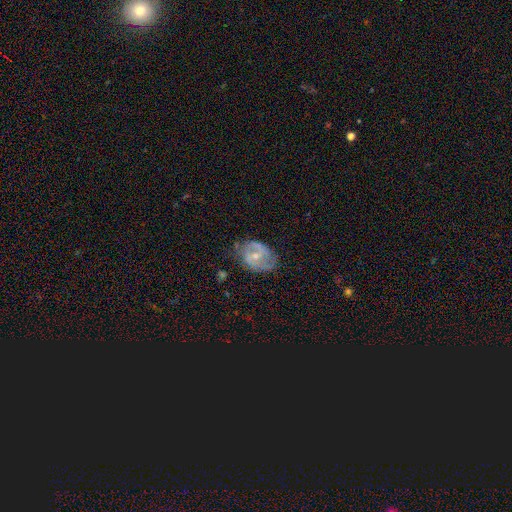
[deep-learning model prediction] This is likely a featured or disk galaxy (73%). It is clearly not viewed edge-on (97%). Bar: possibly weak (47%). Spiral arm pattern: clearly yes (84%). Spiral arm count: likely 2 (70%). Spiral winding: possibly medium (48%). Central bulge: possibly small (54%). Merging: possibly none (60%).